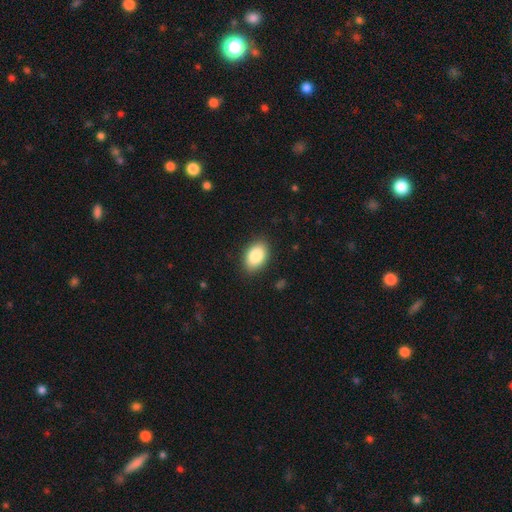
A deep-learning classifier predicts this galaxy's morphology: A smooth galaxy with no disk features (87%) that is in between round and cigar-shaped (89%).

Vote fractions:
- Smooth or featured? smooth: 87% / star or artifact: 7% / featured or disk: 6%
- How rounded? in between: 89% / round: 9% / cigar-shaped: 1%
- Merging? none: 87% / minor disturbance: 9% / major disturbance: 2% / merger: 1%